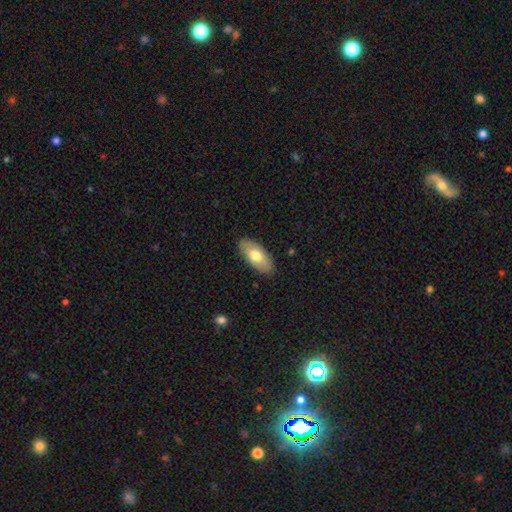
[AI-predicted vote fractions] smooth_or_featured: smooth (p=0.69) [alt: featured or disk p=0.25]
how_rounded: in between (p=0.92) [alt: cigar-shaped p=0.06]
merging: none (p=0.87) [alt: minor disturbance p=0.10]